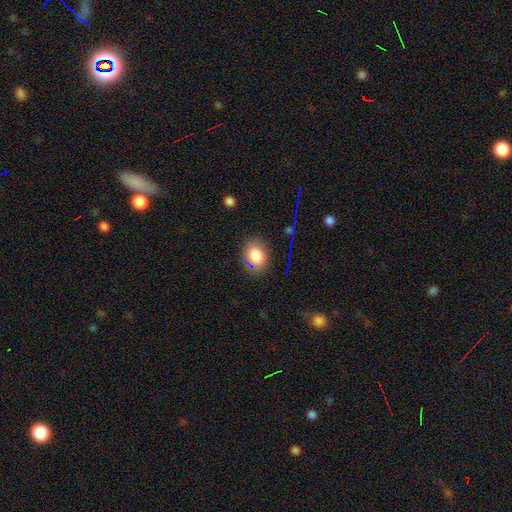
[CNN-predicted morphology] This appears to be a smooth galaxy with no disk features (80%) that is in between round and cigar-shaped (66%). Merging: none (79%).